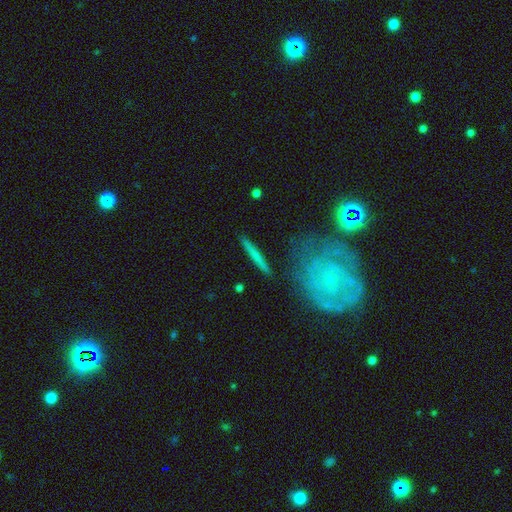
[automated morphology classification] Q: Smooth or featured?
A: smooth (54%); runner-up: featured or disk (39%)
Q: How rounded?
A: cigar-shaped (92%); runner-up: in between (5%)
Q: Merging?
A: none (85%); runner-up: minor disturbance (9%)